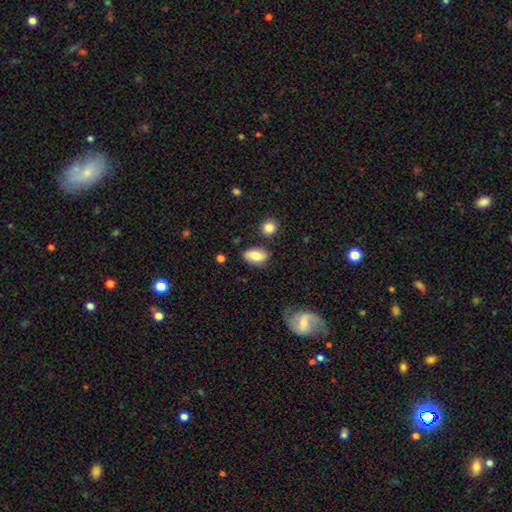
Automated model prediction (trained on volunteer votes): Smooth or featured? smooth (72%)
How rounded? in between (88%)
Merging? none (74%)